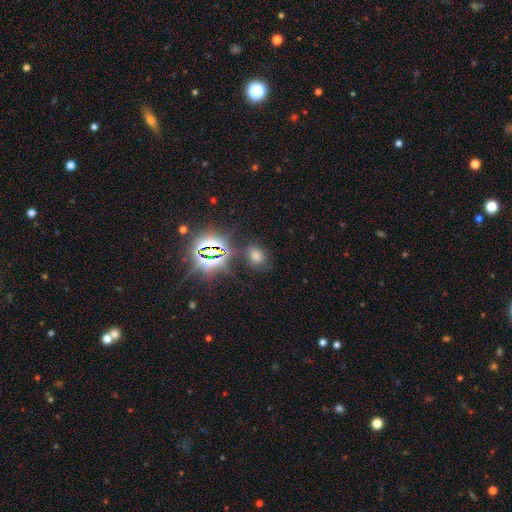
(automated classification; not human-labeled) Q: Smooth or featured?
A: smooth (48%); runner-up: star or artifact (44%)
Q: Merging?
A: none (79%); runner-up: minor disturbance (12%)